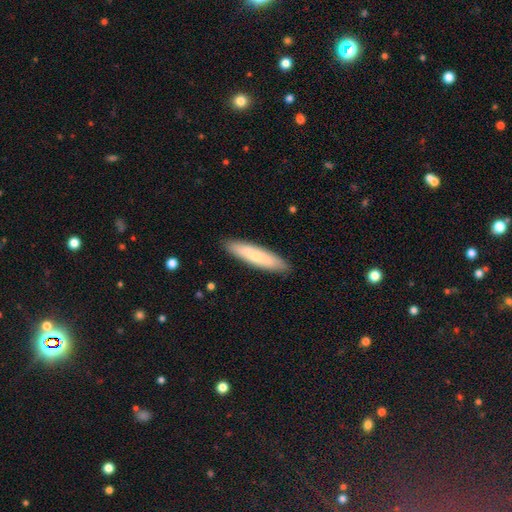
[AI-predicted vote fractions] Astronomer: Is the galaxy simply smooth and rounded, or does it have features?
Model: smooth — 71%.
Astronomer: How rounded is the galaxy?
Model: cigar-shaped — 82%.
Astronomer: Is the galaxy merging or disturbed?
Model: none — 90%.